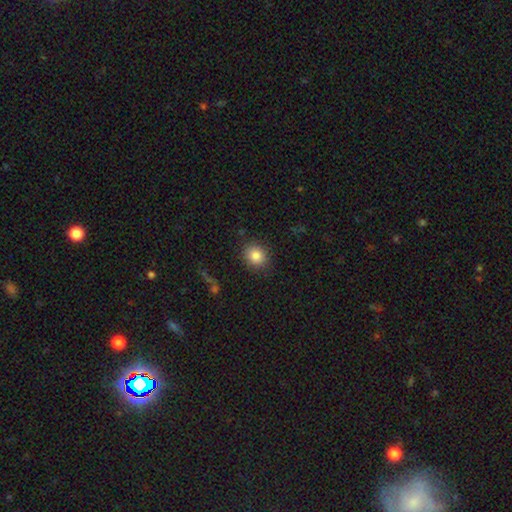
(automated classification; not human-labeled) The model was most divided on "how rounded": round: 71%, in between: 28%, cigar-shaped: 1%. More confident: merging — none (86%); smooth or featured — smooth (85%).